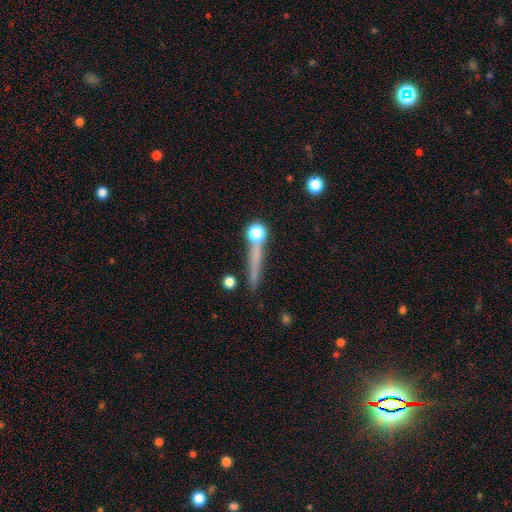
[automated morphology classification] smooth_or_featured: smooth (p=0.51) [alt: featured or disk p=0.34]
how_rounded: cigar-shaped (p=0.76) [alt: round p=0.16]
merging: none (p=0.72) [alt: minor disturbance p=0.12]